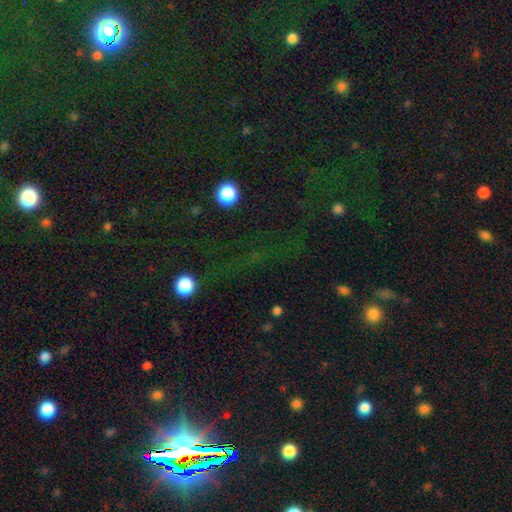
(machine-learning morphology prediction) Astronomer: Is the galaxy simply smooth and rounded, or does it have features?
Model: star or artifact — 78%.